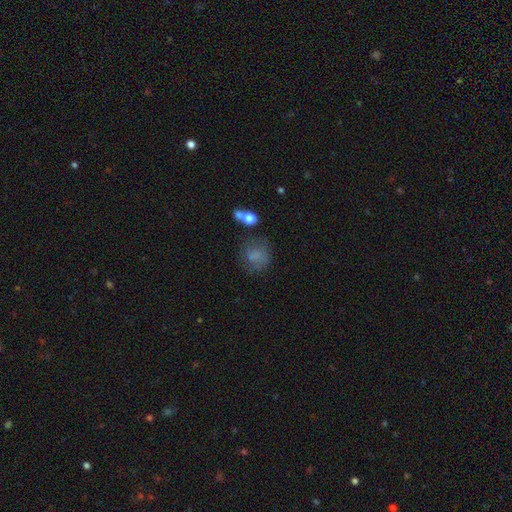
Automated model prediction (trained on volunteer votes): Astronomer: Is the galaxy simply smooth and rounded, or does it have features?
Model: smooth — 70%.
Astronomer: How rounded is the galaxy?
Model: round — 73%.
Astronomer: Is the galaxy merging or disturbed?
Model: none — 57%.